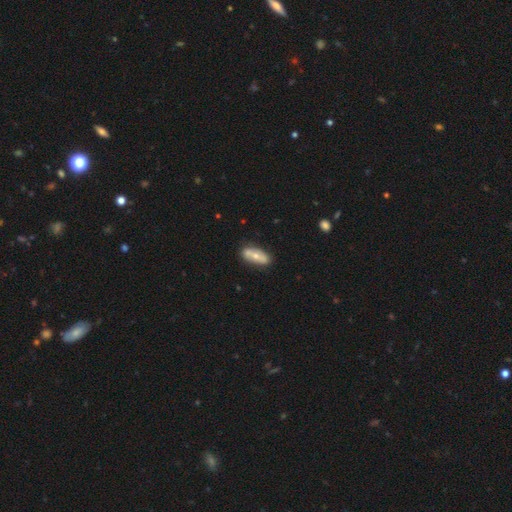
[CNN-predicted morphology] The model was most divided on "smooth or featured": smooth: 52%, featured or disk: 42%, star or artifact: 6%. More confident: merging — none (79%); how rounded — in between (77%).